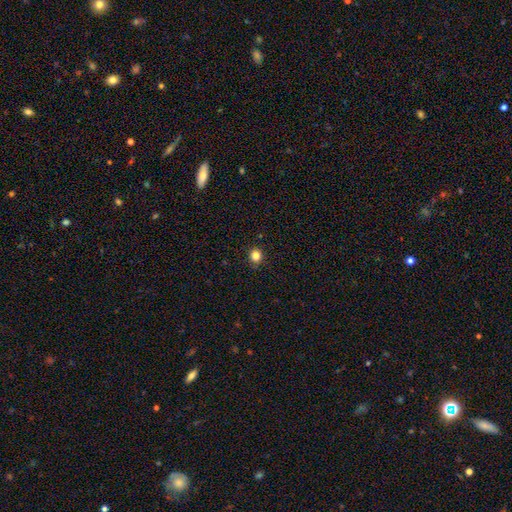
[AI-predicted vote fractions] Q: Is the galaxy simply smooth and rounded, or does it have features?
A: smooth — 83%.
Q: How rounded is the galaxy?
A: round — 84%.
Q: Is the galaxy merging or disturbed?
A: none — 90%.